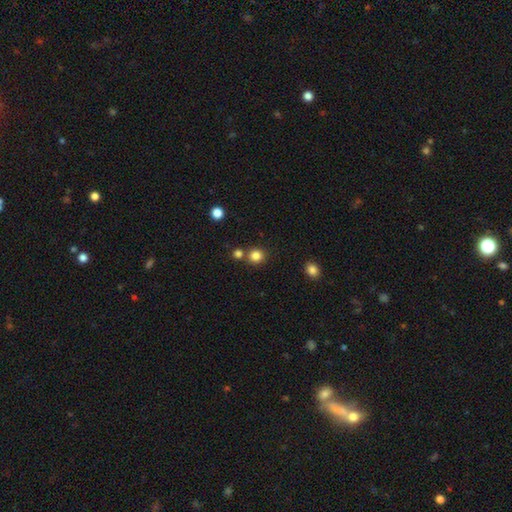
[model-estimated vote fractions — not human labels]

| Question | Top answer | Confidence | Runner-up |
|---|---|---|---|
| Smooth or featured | smooth | 83% | star or artifact (12%) |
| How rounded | round | 88% | in between (11%) |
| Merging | none | 73% | merger (17%) |